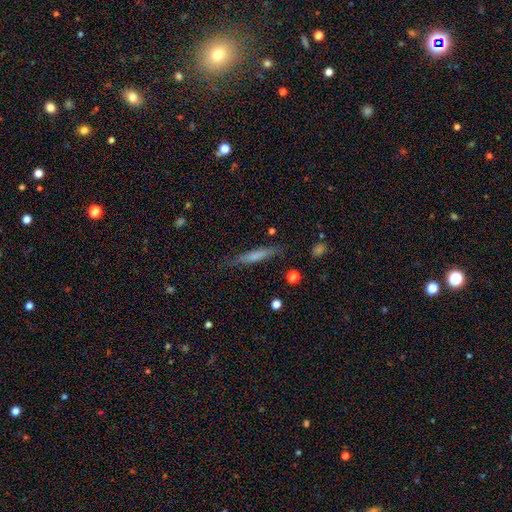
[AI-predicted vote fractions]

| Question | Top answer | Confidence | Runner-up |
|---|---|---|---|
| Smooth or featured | smooth | 61% | featured or disk (31%) |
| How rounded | cigar-shaped | 91% | in between (7%) |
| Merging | none | 78% | minor disturbance (16%) |